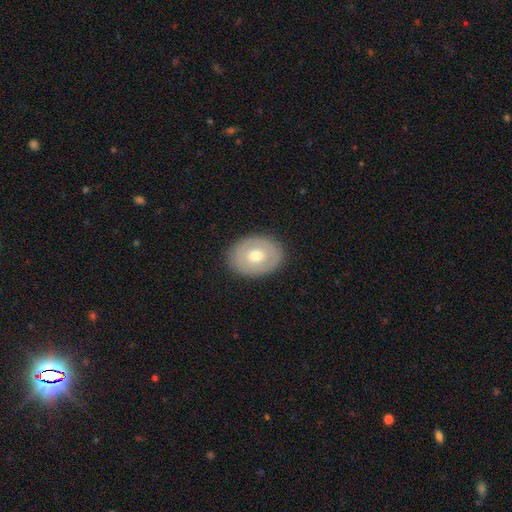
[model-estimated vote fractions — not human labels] A smooth galaxy with no disk features (57%) that is in between round and cigar-shaped (63%).

Vote fractions:
- Smooth or featured? smooth: 57% / featured or disk: 37% / star or artifact: 7%
- How rounded? in between: 63% / round: 37% / cigar-shaped: 1%
- Merging? none: 87% / minor disturbance: 9% / major disturbance: 3% / merger: 1%